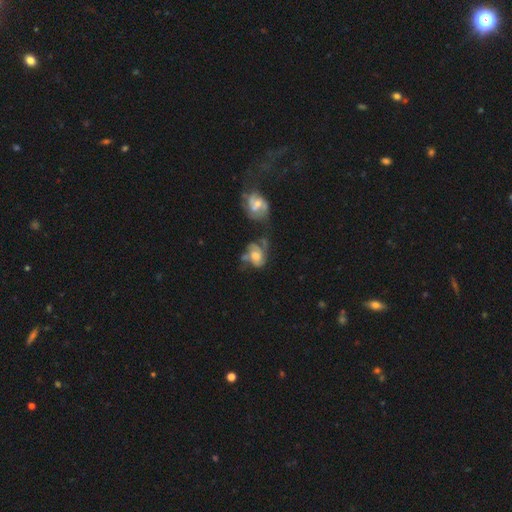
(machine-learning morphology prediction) This is likely a featured or disk galaxy (68%). It is clearly not viewed edge-on (97%). Bar: likely no (70%). Spiral arm pattern: clearly yes (83%). Spiral arm count: marginally 2 (45%). Spiral winding: marginally medium (43%). Central bulge: likely moderate (64%). Merging: marginally none (32%).